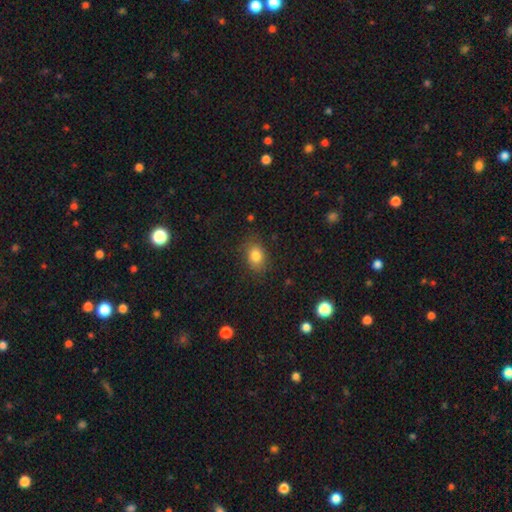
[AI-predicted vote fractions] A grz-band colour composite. It shows a smooth galaxy with no disk features (81%) that is in between round and cigar-shaped (71%). Merging: none (82%).